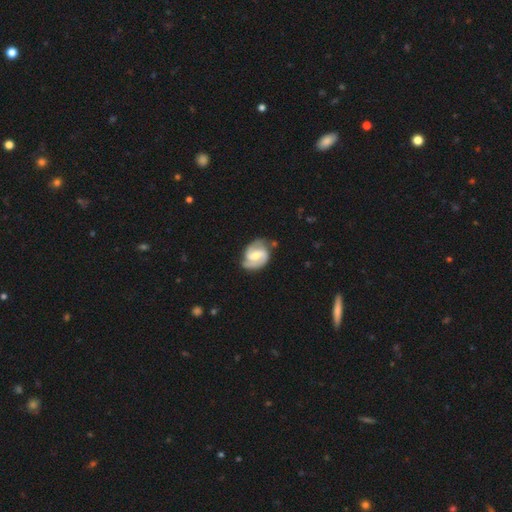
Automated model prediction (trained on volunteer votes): Overall: featured or disk (86%). Edge-on disk: no (98%). Bar: weak (51%; strong 26%). Spiral arms: yes (97%). Spiral arm count: 2 (88%). Spiral winding: medium (49%; tight 38%). Bulge size: moderate (56%; small 36%). Merging: none (73%).